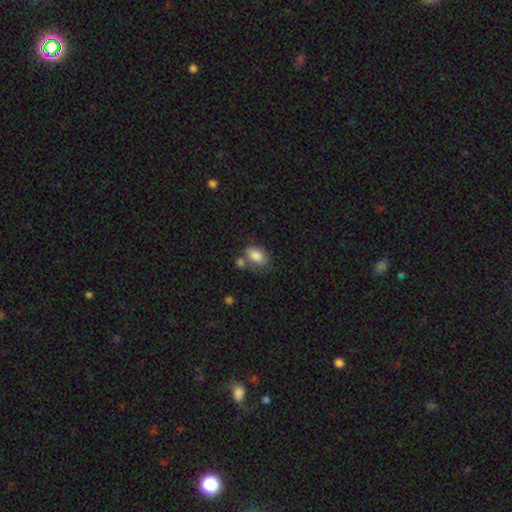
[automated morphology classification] smooth_or_featured: smooth (p=0.82) [alt: featured or disk p=0.10]
how_rounded: in between (p=0.83) [alt: round p=0.16]
merging: none (p=0.46) [alt: merger p=0.23]